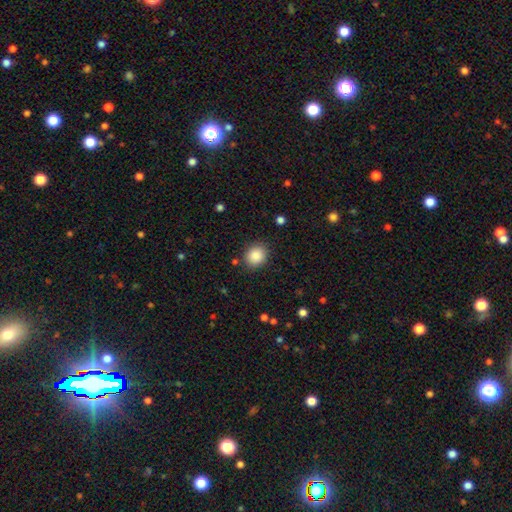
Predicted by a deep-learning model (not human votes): Smooth or featured?
  - smooth: 87% *
  - star or artifact: 9%
  - featured or disk: 4%
How rounded?
  - round: 76% *
  - in between: 24%
  - cigar-shaped: 1%
Merging?
  - none: 87% *
  - minor disturbance: 9%
  - major disturbance: 3%
  - merger: 2%